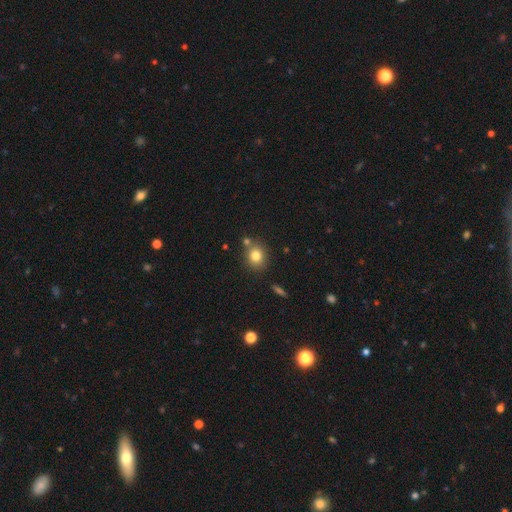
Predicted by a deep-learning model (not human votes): smooth-or-featured: smooth: 79% | star or artifact: 12% | featured or disk: 9%
  how-rounded: round: 77% | in between: 22% | cigar-shaped: 1%
  merging: none: 74% | merger: 13% | minor disturbance: 10% | major disturbance: 3%